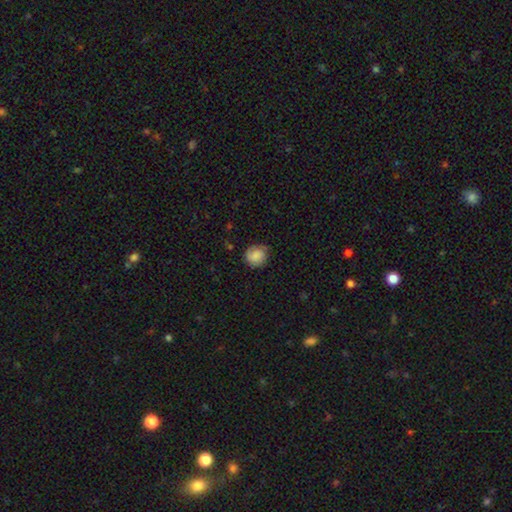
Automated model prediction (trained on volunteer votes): Overall: smooth (76%). How rounded: round (76%). Merging: none (66%).